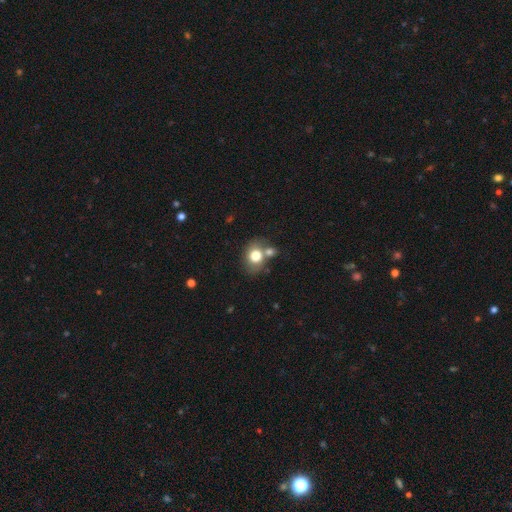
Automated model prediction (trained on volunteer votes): A smooth galaxy with no disk features (75%) that is round (53%).

Vote fractions:
- Smooth or featured? smooth: 75% / featured or disk: 15% / star or artifact: 10%
- How rounded? round: 53% / in between: 46% / cigar-shaped: 1%
- Merging? none: 51% / merger: 29% / minor disturbance: 14% / major disturbance: 6%